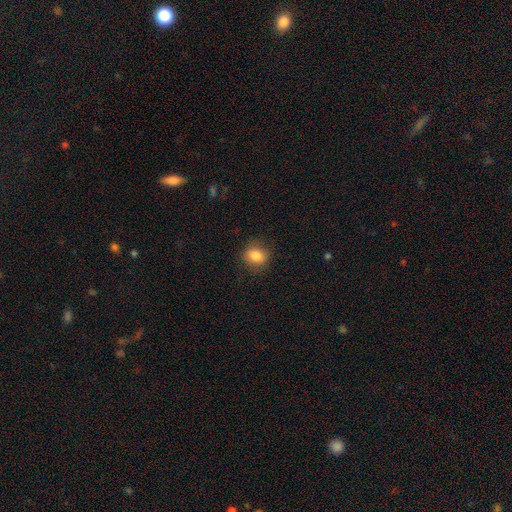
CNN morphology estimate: This appears to be a smooth galaxy with no disk features (83%) that is round (65%). Merging: none (85%).